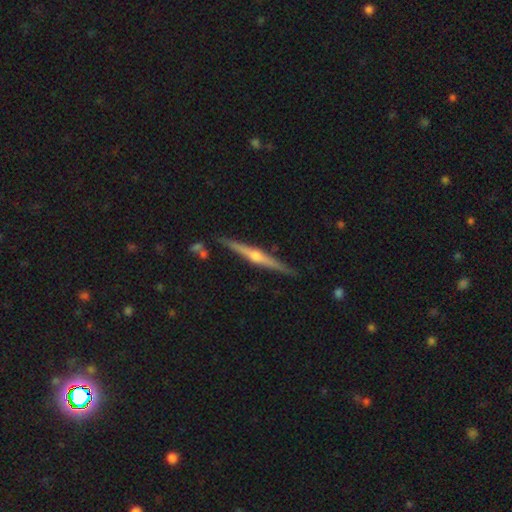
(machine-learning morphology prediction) smooth-or-featured: featured or disk: 82% | smooth: 13% | star or artifact: 6%
  disk-edge-on: yes: 98% | no: 2%
    edge-on-bulge: rounded: 91% | none: 5% | boxy: 4%
  merging: none: 89% | minor disturbance: 7% | merger: 2% | major disturbance: 1%